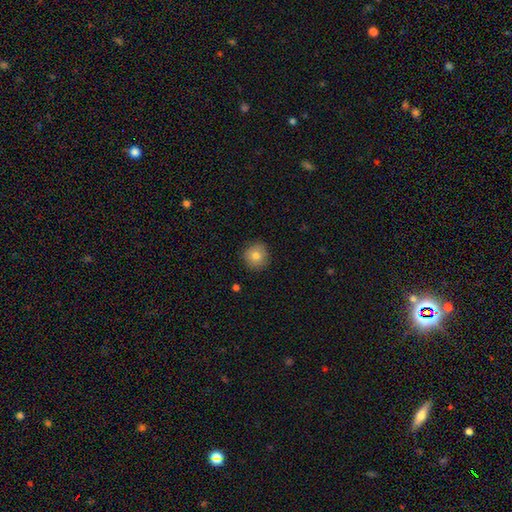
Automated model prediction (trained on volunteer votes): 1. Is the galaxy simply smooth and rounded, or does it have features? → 80% smooth, 10% featured or disk, 9% star or artifact.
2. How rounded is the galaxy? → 93% round, 6% in between, 1% cigar-shaped.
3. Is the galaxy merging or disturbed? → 88% none, 9% minor disturbance, 2% major disturbance, 1% merger.